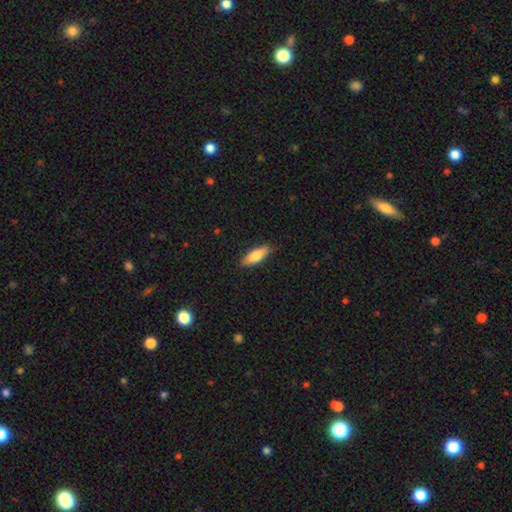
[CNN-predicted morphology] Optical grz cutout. It shows a smooth galaxy with no disk features (78%) that is in between round and cigar-shaped (54%). Merging: none (87%).